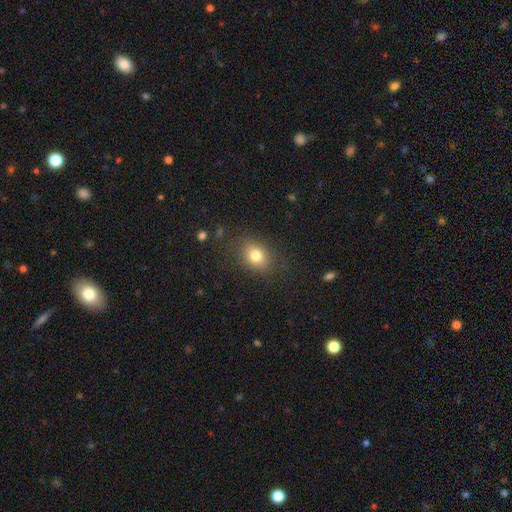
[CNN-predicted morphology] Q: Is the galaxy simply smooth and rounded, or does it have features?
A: smooth — 79%.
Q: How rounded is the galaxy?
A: in between — 53%.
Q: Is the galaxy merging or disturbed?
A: none — 81%.